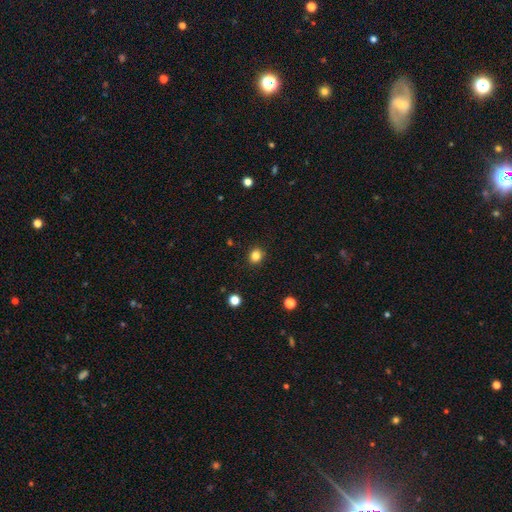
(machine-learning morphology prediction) Smooth or featured? smooth (83%)
How rounded? round (78%)
Merging? none (90%)